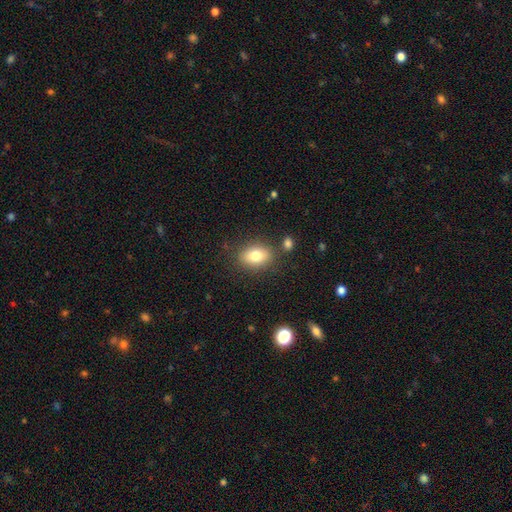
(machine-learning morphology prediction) smooth-or-featured: smooth: 79% | featured or disk: 12% | star or artifact: 8%
  how-rounded: in between: 77% | round: 21% | cigar-shaped: 2%
  merging: none: 79% | minor disturbance: 12% | merger: 6% | major disturbance: 3%